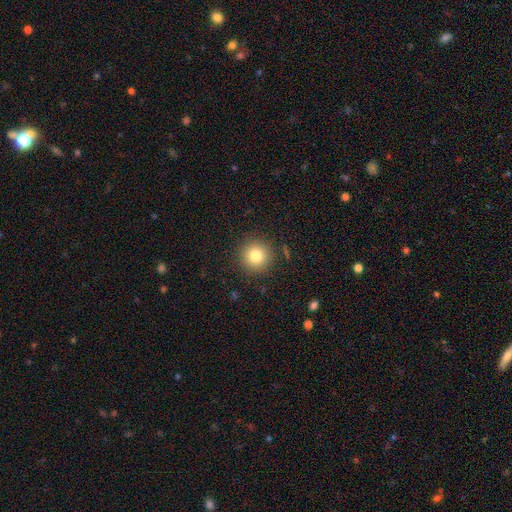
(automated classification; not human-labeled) smooth 81%, star or artifact 11%, featured or disk 8%. Down the decision tree: how rounded — round (95%); merging — none (90%).